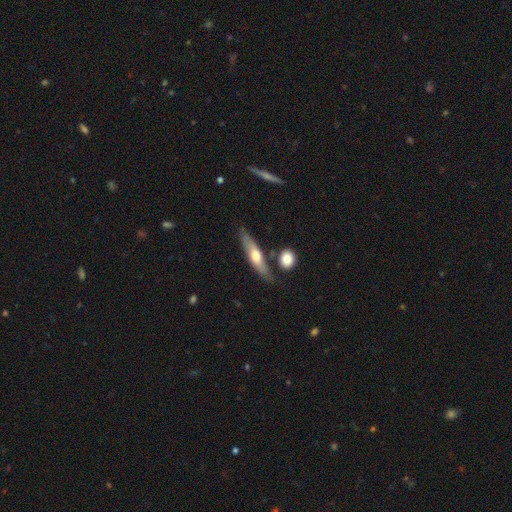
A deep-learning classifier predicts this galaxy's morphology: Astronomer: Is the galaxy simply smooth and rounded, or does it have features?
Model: featured or disk — 50% (runner-up: smooth, 45%).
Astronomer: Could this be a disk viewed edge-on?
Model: yes — 80%.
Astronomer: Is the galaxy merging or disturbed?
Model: none — 72%.